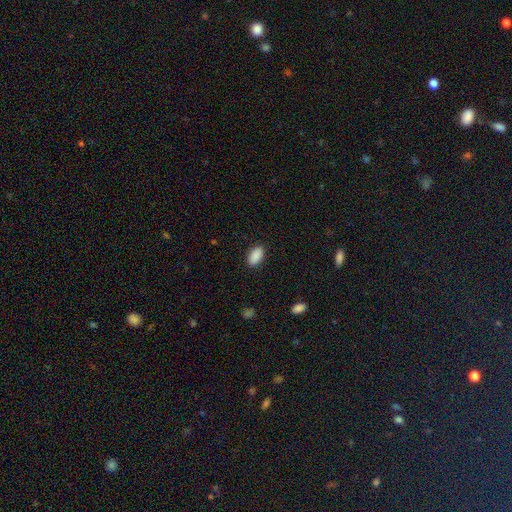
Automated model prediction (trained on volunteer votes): This is clearly a smooth galaxy (90%). How rounded: clearly in between (93%). Merging: clearly none (89%).